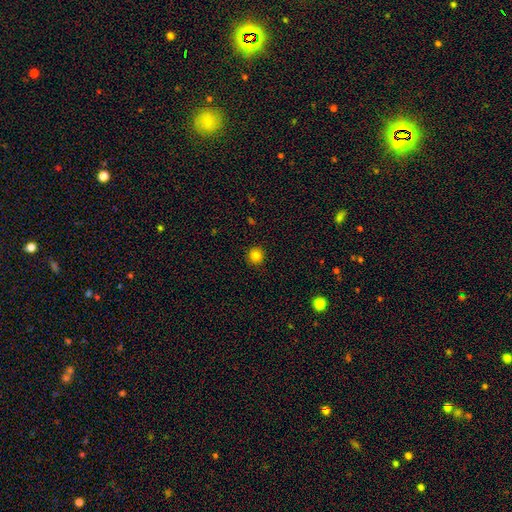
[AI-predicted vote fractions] Q: Smooth or featured?
A: smooth (83%); runner-up: star or artifact (12%)
Q: How rounded?
A: round (95%); runner-up: in between (4%)
Q: Merging?
A: none (92%); runner-up: minor disturbance (5%)